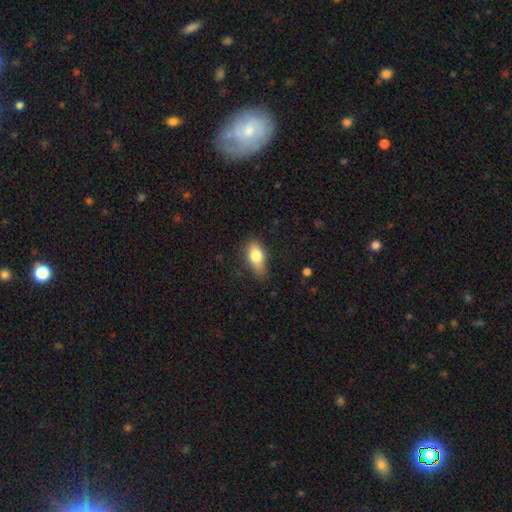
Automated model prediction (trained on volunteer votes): A smooth galaxy with no disk features (76%) that is in between round and cigar-shaped (84%).

Vote fractions:
- Smooth or featured? smooth: 76% / featured or disk: 16% / star or artifact: 8%
- How rounded? in between: 84% / round: 8% / cigar-shaped: 8%
- Merging? none: 63% / minor disturbance: 29% / major disturbance: 6% / merger: 2%